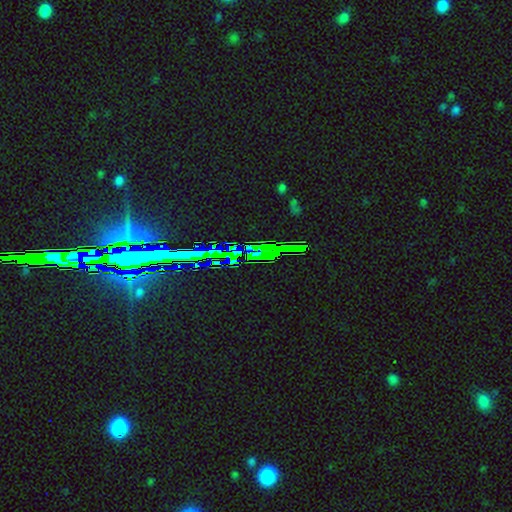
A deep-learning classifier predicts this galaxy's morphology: Overall: star or artifact (84%).